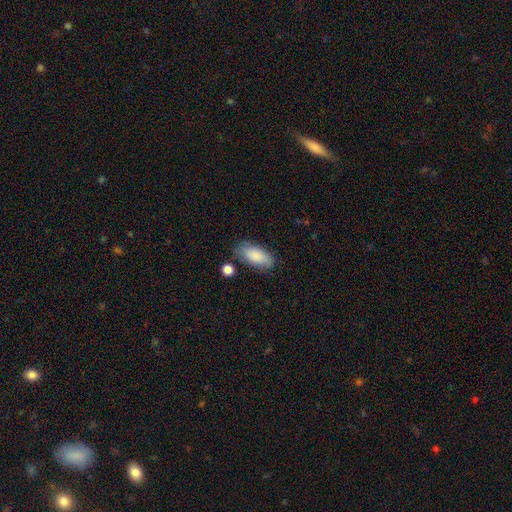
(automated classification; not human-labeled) smooth 87%, featured or disk 7%, star or artifact 6%. Down the decision tree: how rounded — in between (87%); merging — none (77%).